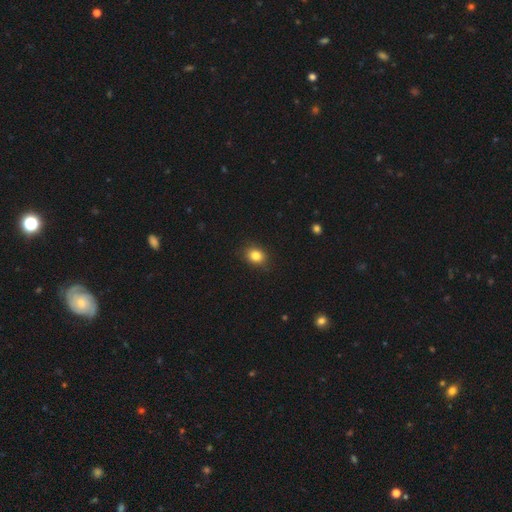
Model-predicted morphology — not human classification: A smooth galaxy with no disk features (84%) that is round (52%).

Vote fractions:
- Smooth or featured? smooth: 84% / star or artifact: 11% / featured or disk: 6%
- How rounded? round: 52% / in between: 47% / cigar-shaped: 1%
- Merging? none: 86% / minor disturbance: 10% / major disturbance: 2% / merger: 1%